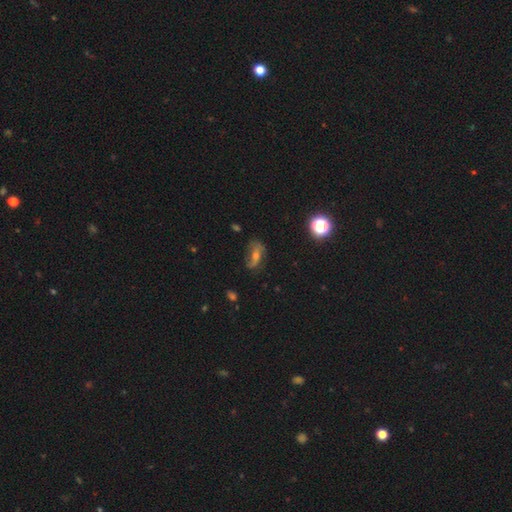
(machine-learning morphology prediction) smooth-or-featured: featured or disk: 54% | smooth: 27% | star or artifact: 19%
  disk-edge-on: no: 91% | yes: 9%
  merging: none: 54% | minor disturbance: 25% | major disturbance: 18% | merger: 3%